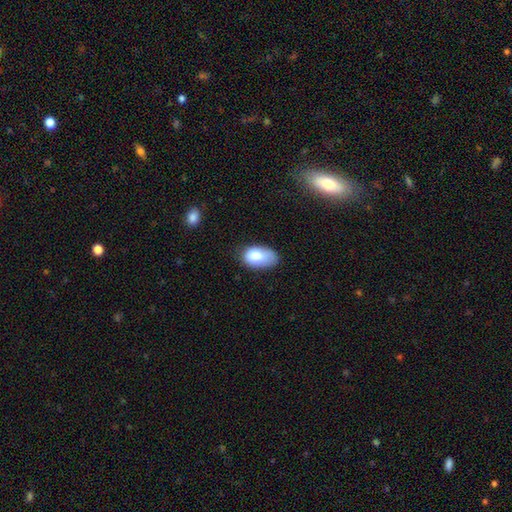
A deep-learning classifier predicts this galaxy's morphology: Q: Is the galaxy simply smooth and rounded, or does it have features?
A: smooth — 80%.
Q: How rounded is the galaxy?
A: in between — 92%.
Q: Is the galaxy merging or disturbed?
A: none — 55%.